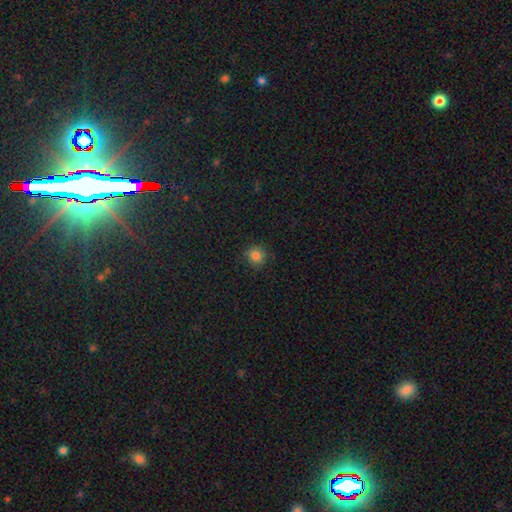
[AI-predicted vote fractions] Smooth or featured: smooth — 82% (star or artifact — 13%)
How rounded: round — 91% (in between — 8%)
Merging: none — 87% (minor disturbance — 9%)